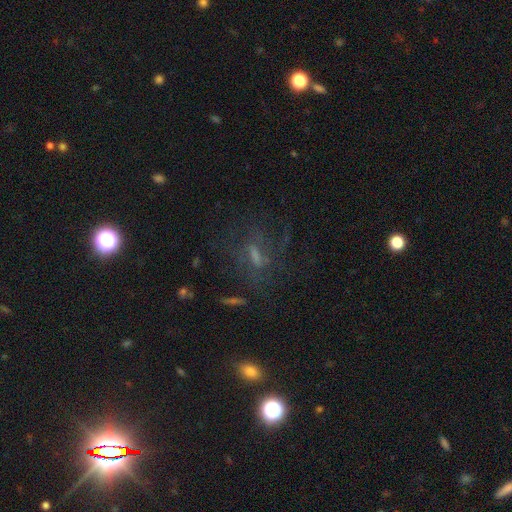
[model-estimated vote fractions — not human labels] smooth-or-featured: featured or disk: 48% | smooth: 28% | star or artifact: 25%
  merging: none: 58% | major disturbance: 22% | minor disturbance: 17% | merger: 3%